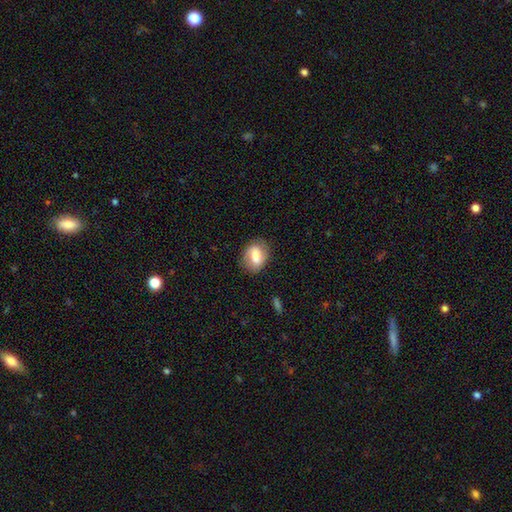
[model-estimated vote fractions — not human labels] smooth_or_featured: smooth (p=0.65) [alt: featured or disk p=0.27]
how_rounded: in between (p=0.74) [alt: round p=0.24]
merging: none (p=0.77) [alt: minor disturbance p=0.16]